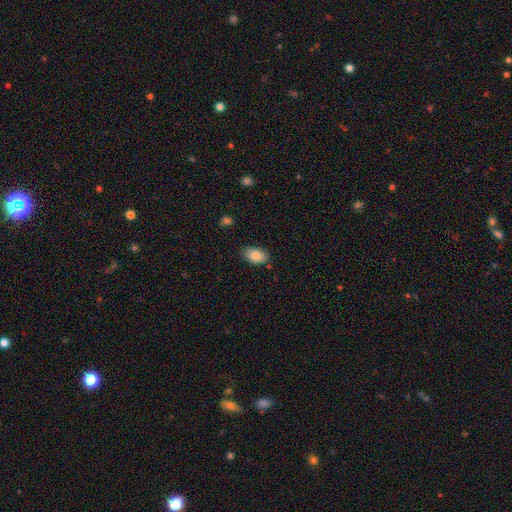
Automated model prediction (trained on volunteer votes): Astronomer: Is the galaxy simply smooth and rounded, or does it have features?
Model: smooth — 84%.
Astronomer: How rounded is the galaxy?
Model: in between — 91%.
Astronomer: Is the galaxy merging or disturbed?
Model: none — 84%.